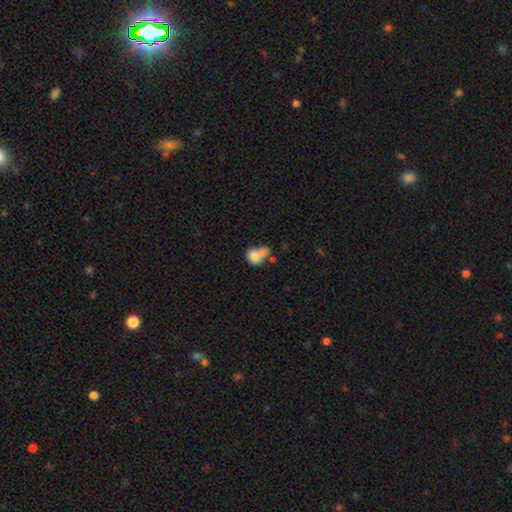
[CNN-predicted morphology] smooth_or_featured: smooth (p=0.76) [alt: featured or disk p=0.15]
how_rounded: in between (p=0.52) [alt: round p=0.47]
merging: merger (p=0.47) [alt: none p=0.25]